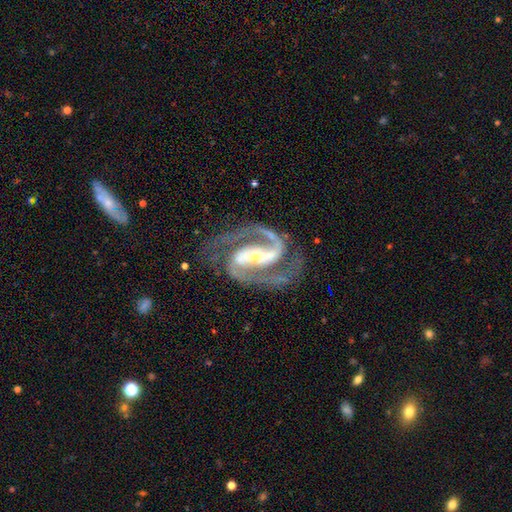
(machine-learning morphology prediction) Smooth or featured: featured or disk — 94% (star or artifact — 4%)
Edge-on disk: no — 98% (yes — 2%)
Bar: strong — 68% (weak — 21%)
Spiral arms: yes — 99% (no — 1%)
Spiral winding: medium — 67% (tight — 22%)
Spiral arm count: 2 — 93% (3 — 2%)
Bulge size: small — 61% (moderate — 32%)
Merging: none — 76% (minor disturbance — 13%)